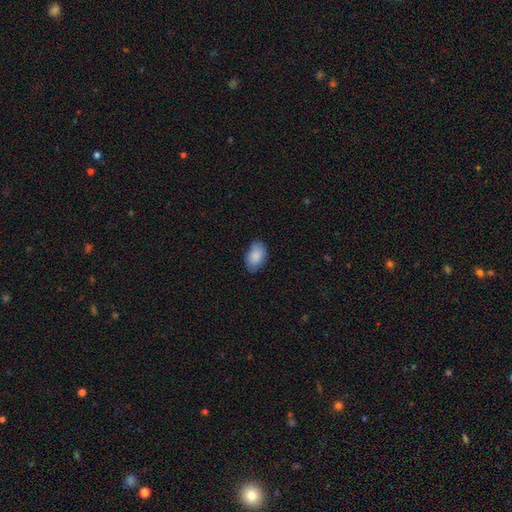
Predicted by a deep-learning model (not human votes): smooth 88%, star or artifact 6%, featured or disk 6%. Down the decision tree: how rounded — in between (92%); merging — none (79%).